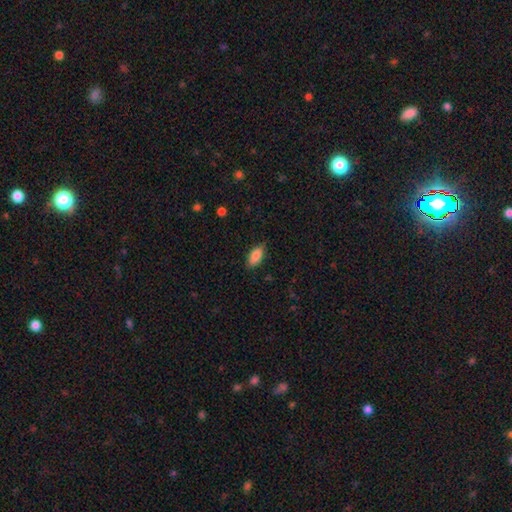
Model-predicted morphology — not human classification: A smooth galaxy with no disk features (86%) that is in between round and cigar-shaped (89%).

Vote fractions:
- Smooth or featured? smooth: 86% / featured or disk: 7% / star or artifact: 7%
- How rounded? in between: 89% / cigar-shaped: 9% / round: 2%
- Merging? none: 83% / minor disturbance: 13% / major disturbance: 3% / merger: 1%